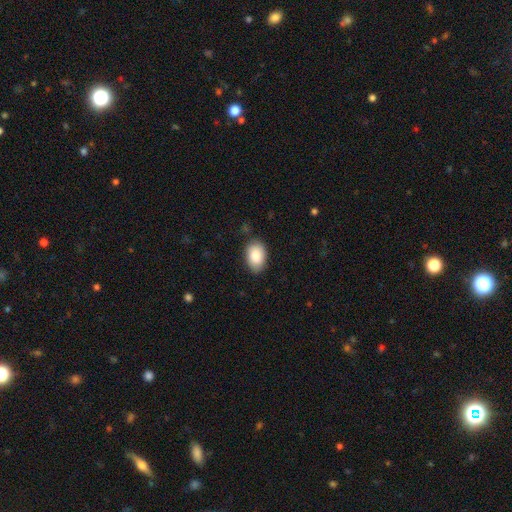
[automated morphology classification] This appears to be a smooth galaxy with no disk features (86%) that is in between round and cigar-shaped (87%). Merging: none (82%).